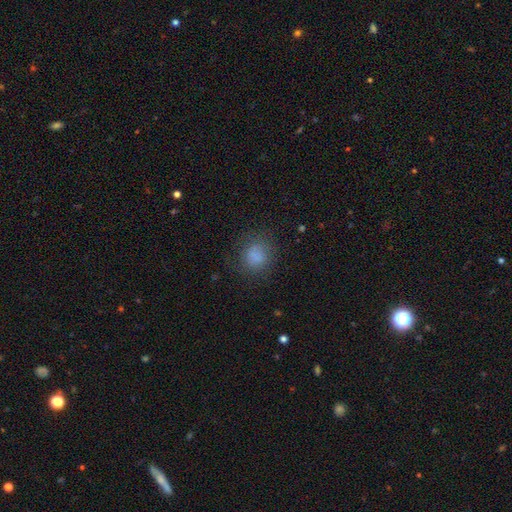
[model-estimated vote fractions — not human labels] This appears to be a smooth galaxy with no disk features (79%) that is round (80%). Merging: none (74%).